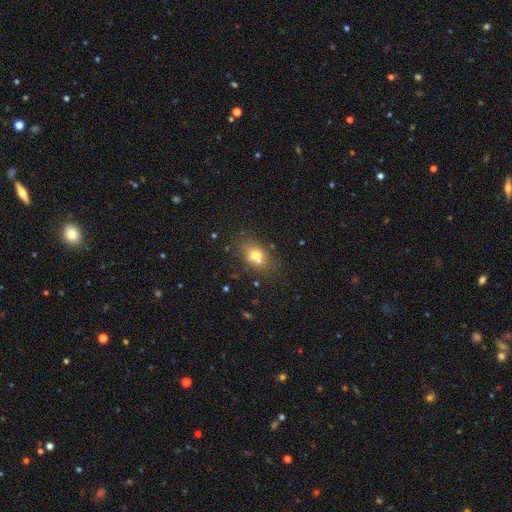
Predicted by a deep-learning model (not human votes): A smooth galaxy with no disk features (67%) that is in between round and cigar-shaped (60%).

Vote fractions:
- Smooth or featured? smooth: 67% / featured or disk: 20% / star or artifact: 14%
- How rounded? in between: 60% / round: 37% / cigar-shaped: 2%
- Merging? none: 55% / merger: 24% / minor disturbance: 15% / major disturbance: 6%